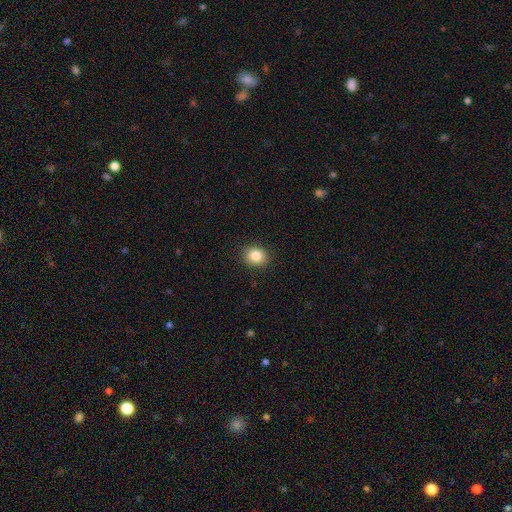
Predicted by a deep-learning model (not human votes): A smooth galaxy with no disk features (84%) that is round (69%). Merging: none (90%).